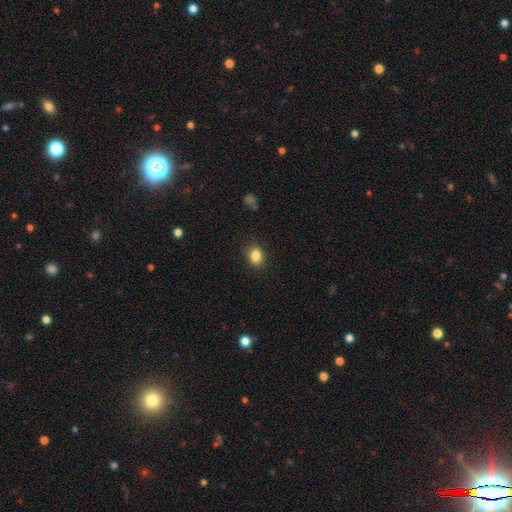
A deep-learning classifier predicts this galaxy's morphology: smooth_or_featured: smooth (p=0.86) [alt: star or artifact p=0.10]
how_rounded: in between (p=0.58) [alt: round p=0.41]
merging: none (p=0.86) [alt: minor disturbance p=0.10]